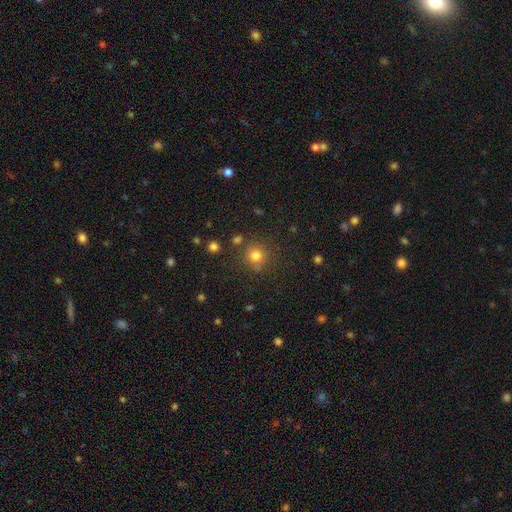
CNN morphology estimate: A smooth galaxy with no disk features (79%) that is round (91%).

Vote fractions:
- Smooth or featured? smooth: 79% / star or artifact: 15% / featured or disk: 6%
- How rounded? round: 91% / in between: 8% / cigar-shaped: 1%
- Merging? none: 80% / minor disturbance: 10% / merger: 6% / major disturbance: 4%